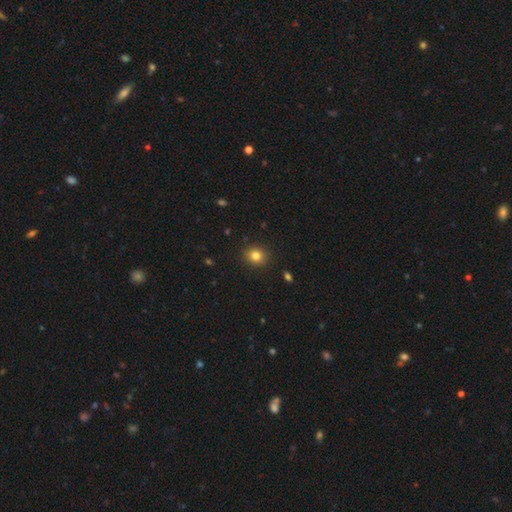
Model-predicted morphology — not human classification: Smooth or featured? Predicted: smooth (p=0.82). How rounded? Predicted: round (p=0.79). Merging? Predicted: none (p=0.90).